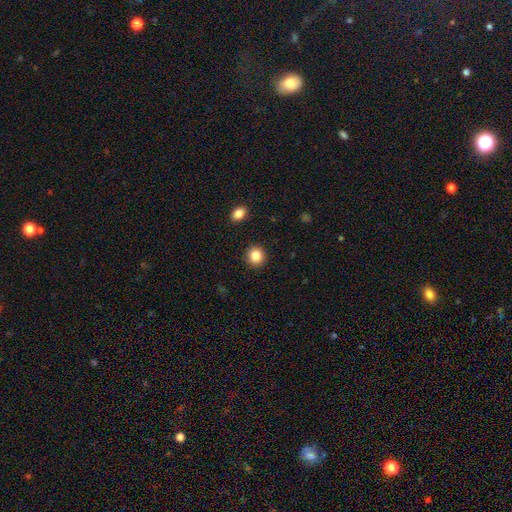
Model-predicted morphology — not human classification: A smooth galaxy with no disk features (86%) that is round (89%). Merging: none (91%).